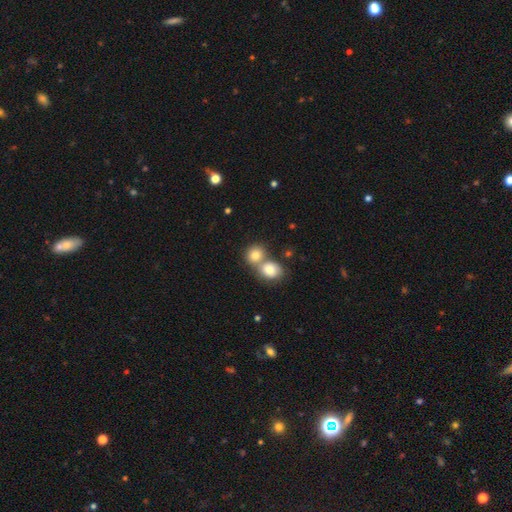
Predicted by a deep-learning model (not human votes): Smooth or featured? Predicted: smooth (p=0.77). How rounded? Predicted: round (p=0.70). Merging? Predicted: merger (p=0.56).